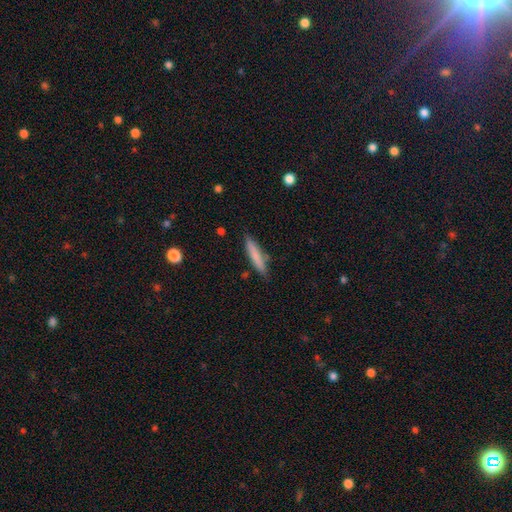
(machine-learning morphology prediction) This is likely a smooth galaxy (78%). How rounded: clearly cigar-shaped (88%). Merging: clearly none (83%).